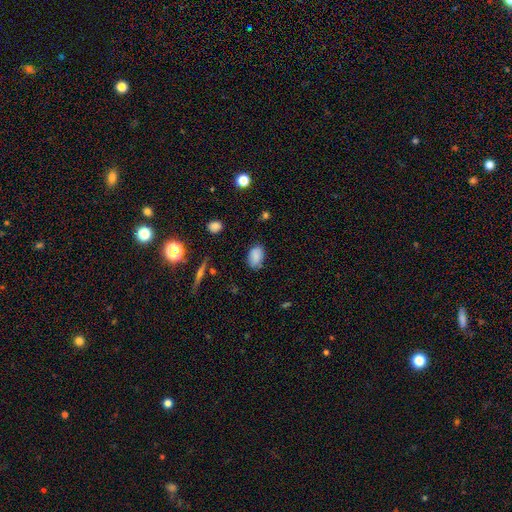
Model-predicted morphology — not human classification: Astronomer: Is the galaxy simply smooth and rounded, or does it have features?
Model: smooth — 84%.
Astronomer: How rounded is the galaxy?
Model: in between — 88%.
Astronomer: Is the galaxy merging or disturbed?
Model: none — 75%.